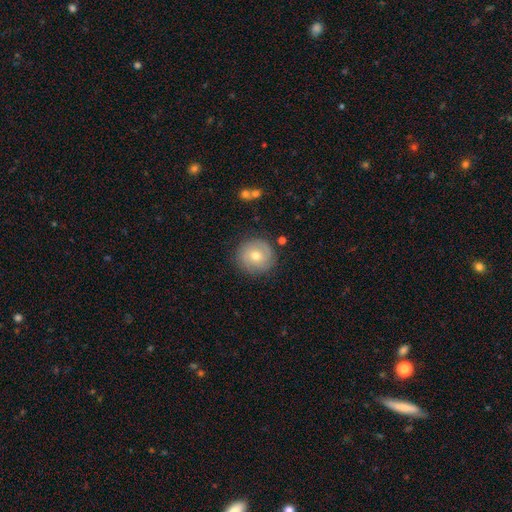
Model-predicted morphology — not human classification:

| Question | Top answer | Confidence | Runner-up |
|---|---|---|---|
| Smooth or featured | smooth | 47% | featured or disk (44%) |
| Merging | none | 83% | minor disturbance (12%) |